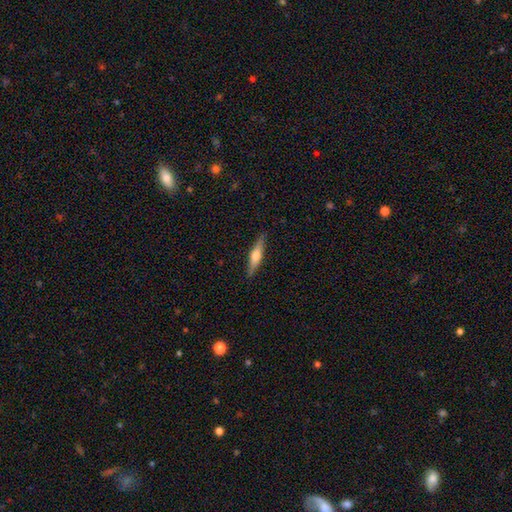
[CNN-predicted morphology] A featured or disk galaxy (52%) viewed edge-on (96%).

Vote fractions:
- Smooth or featured? featured or disk: 52% / smooth: 42% / star or artifact: 6%
- Edge-on disk? yes: 96% / no: 4%
- Merging? none: 89% / minor disturbance: 9% / major disturbance: 2% / merger: 1%